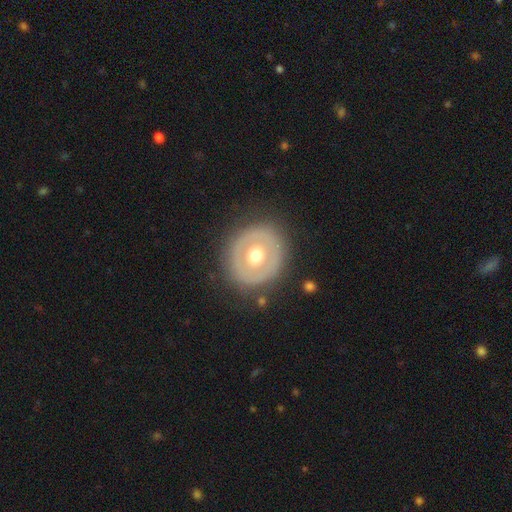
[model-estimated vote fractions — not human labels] A featured or disk galaxy (51%).

Vote fractions:
- Smooth or featured? featured or disk: 51% / smooth: 44% / star or artifact: 6%
- Edge-on disk? no: 94% / yes: 6%
- Merging? none: 83% / minor disturbance: 11% / major disturbance: 5% / merger: 2%